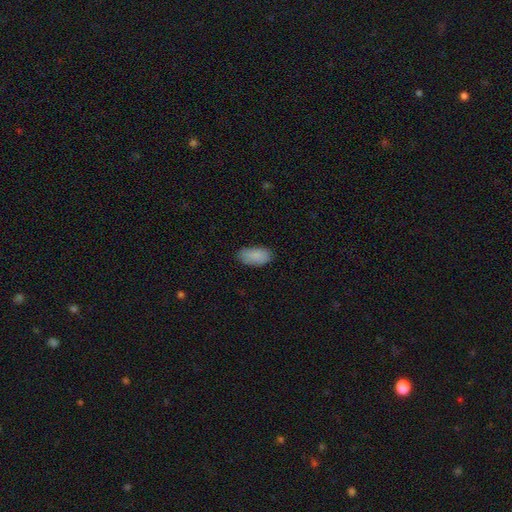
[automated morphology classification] Smooth or featured: smooth — 88% (star or artifact — 7%)
How rounded: in between — 92% (cigar-shaped — 6%)
Merging: none — 80% (minor disturbance — 16%)